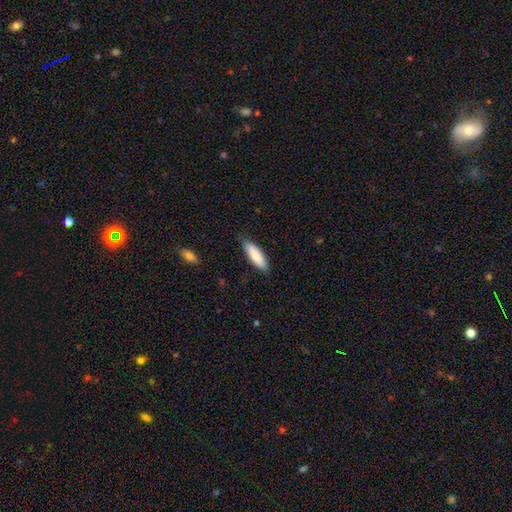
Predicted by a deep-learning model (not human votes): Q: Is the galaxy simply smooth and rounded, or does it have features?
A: smooth — 82%.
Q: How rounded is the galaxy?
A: cigar-shaped — 54%.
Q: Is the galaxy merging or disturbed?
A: none — 82%.